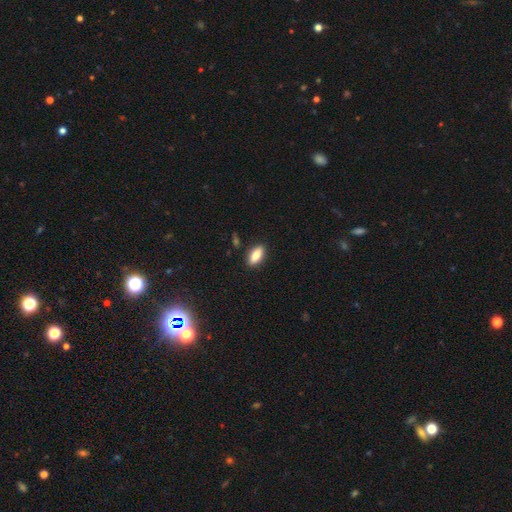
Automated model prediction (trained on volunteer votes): smooth-or-featured: smooth: 78% | featured or disk: 15% | star or artifact: 7%
  how-rounded: in between: 78% | cigar-shaped: 19% | round: 3%
  merging: none: 87% | minor disturbance: 9% | major disturbance: 2% | merger: 2%